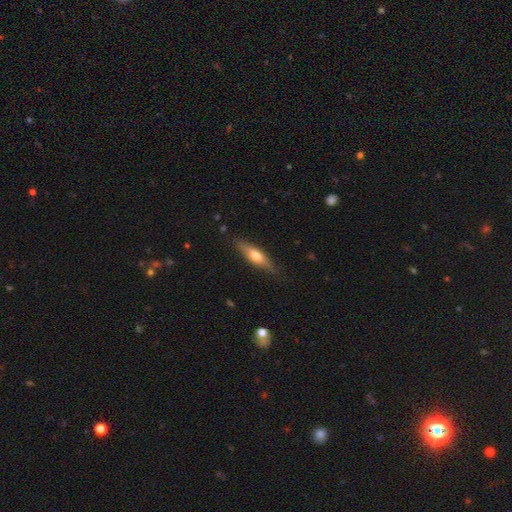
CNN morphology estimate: smooth_or_featured: smooth (p=0.55) [alt: featured or disk p=0.40]
how_rounded: cigar-shaped (p=0.62) [alt: in between p=0.35]
merging: none (p=0.81) [alt: minor disturbance p=0.14]